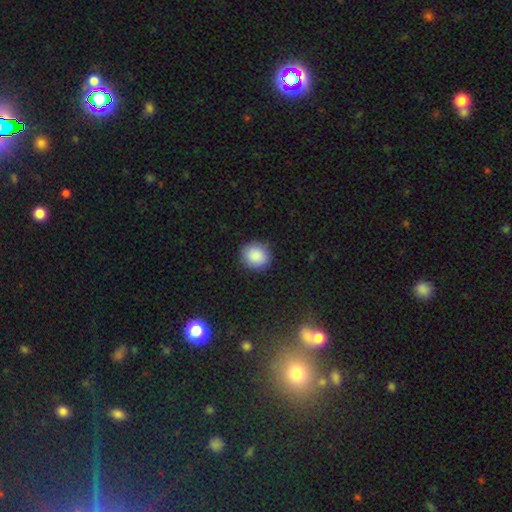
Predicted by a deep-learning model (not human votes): smooth-or-featured: smooth: 88% | star or artifact: 8% | featured or disk: 4%
  how-rounded: round: 79% | in between: 21% | cigar-shaped: 1%
  merging: none: 88% | minor disturbance: 8% | major disturbance: 2% | merger: 1%